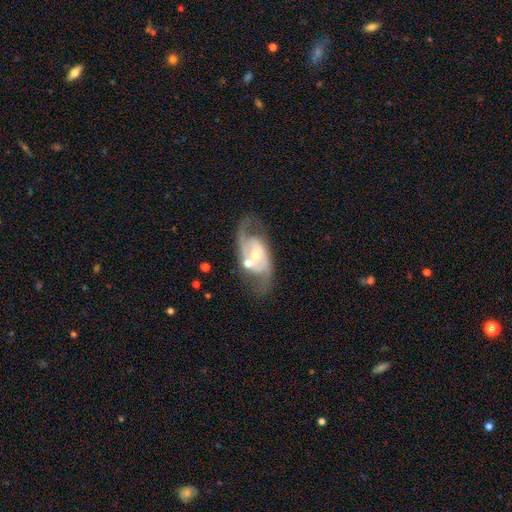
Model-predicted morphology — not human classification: This is clearly a featured or disk galaxy (82%). It is clearly not viewed edge-on (96%). Bar: possibly no (56%). Spiral arm pattern: clearly yes (90%). Spiral arm count: likely 2 (79%). Spiral winding: possibly medium (50%). Central bulge: possibly moderate (55%). Merging: possibly none (52%).